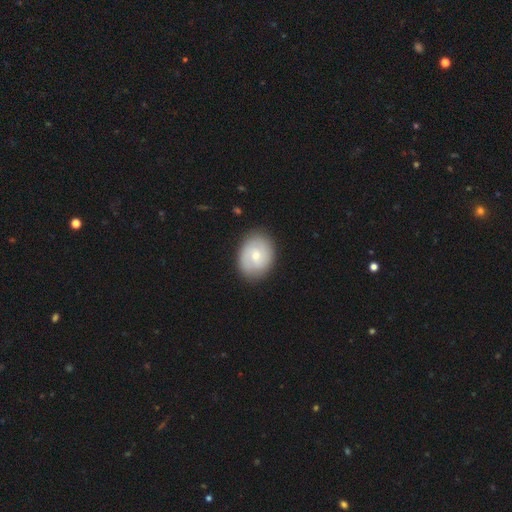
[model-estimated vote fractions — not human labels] Smooth or featured? featured or disk (49%)
Merging? none (85%)